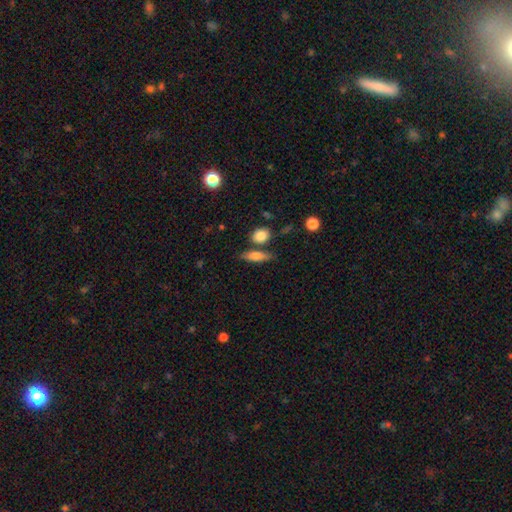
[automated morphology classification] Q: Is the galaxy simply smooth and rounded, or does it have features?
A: smooth — 70%.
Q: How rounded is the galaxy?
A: cigar-shaped — 51%.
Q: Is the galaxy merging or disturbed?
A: none — 71%.